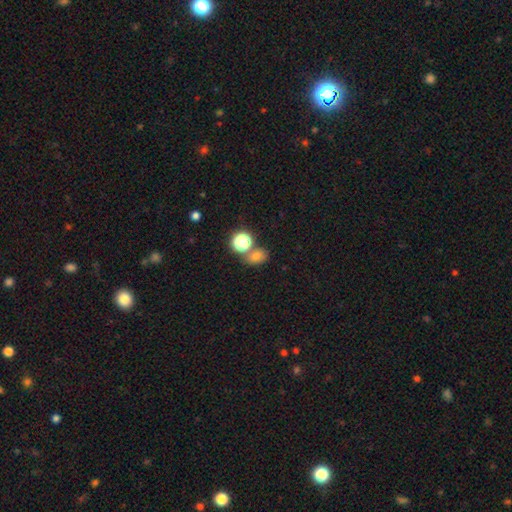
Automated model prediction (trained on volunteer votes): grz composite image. It shows a smooth galaxy with no disk features (67%) that is round (50%). Merging: none (61%).